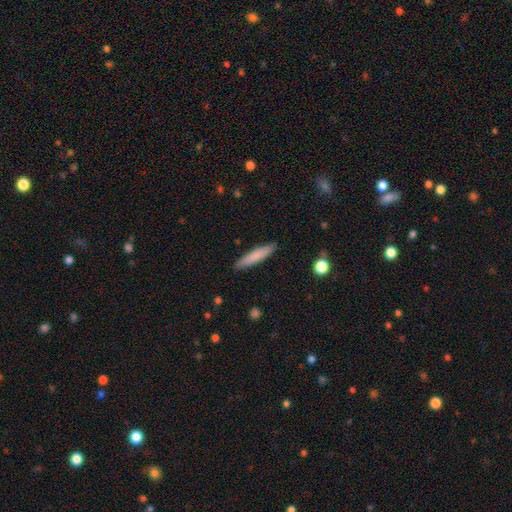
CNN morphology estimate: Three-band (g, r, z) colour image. It shows a smooth galaxy with no disk features (79%) that is cigar-shaped (89%). Merging: none (90%).